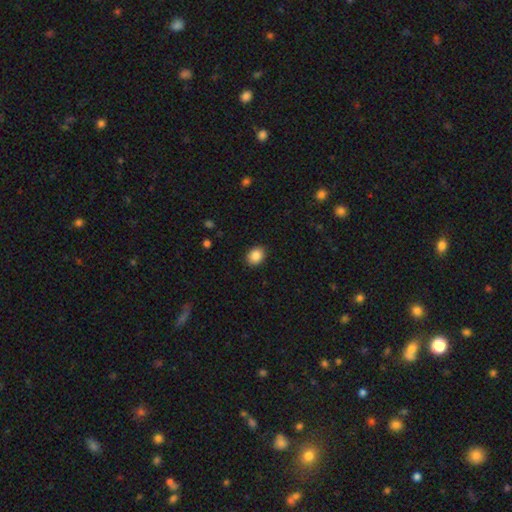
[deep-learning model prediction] Overall: smooth (87%). How rounded: in between (51%; round 48%). Merging: none (89%).